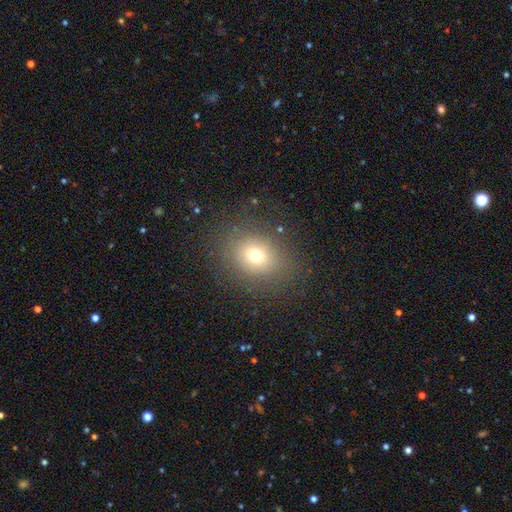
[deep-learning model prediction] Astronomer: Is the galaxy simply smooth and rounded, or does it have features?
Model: smooth — 69%.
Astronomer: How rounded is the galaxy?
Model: round — 55% (runner-up: in between, 44%).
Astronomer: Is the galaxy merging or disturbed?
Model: none — 83%.